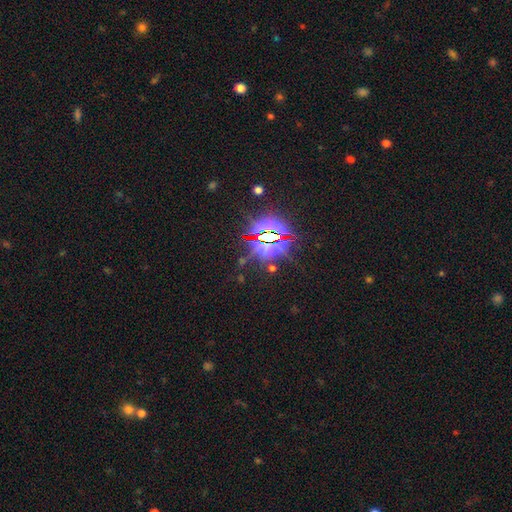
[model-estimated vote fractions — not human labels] Smooth or featured? Predicted: star or artifact (p=0.86).